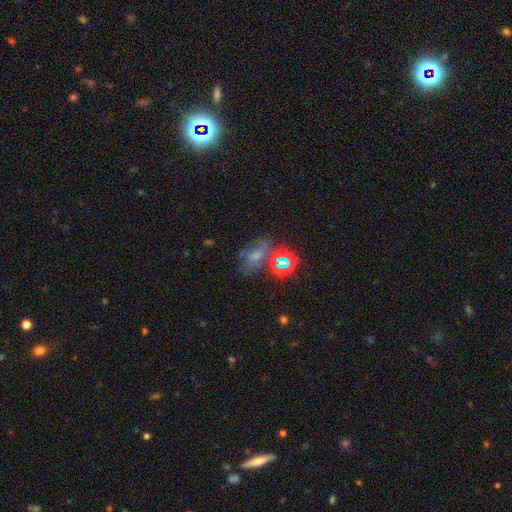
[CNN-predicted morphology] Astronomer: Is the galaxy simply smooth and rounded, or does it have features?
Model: smooth — 45% (runner-up: star or artifact, 34%).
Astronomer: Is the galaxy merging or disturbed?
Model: none — 44% (runner-up: minor disturbance, 22%).